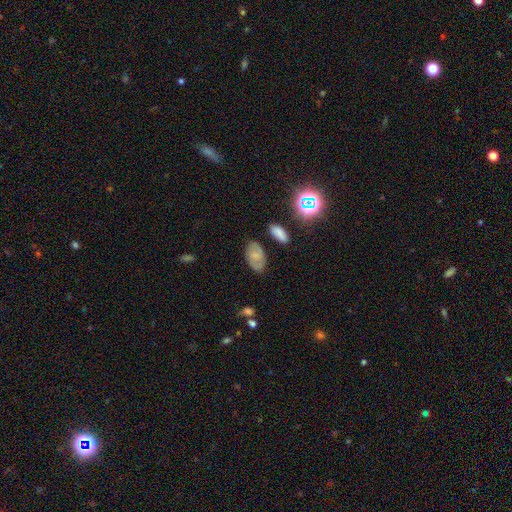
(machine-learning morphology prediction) smooth_or_featured: smooth (p=0.59) [alt: featured or disk p=0.31]
how_rounded: in between (p=0.92) [alt: round p=0.06]
merging: none (p=0.74) [alt: minor disturbance p=0.17]